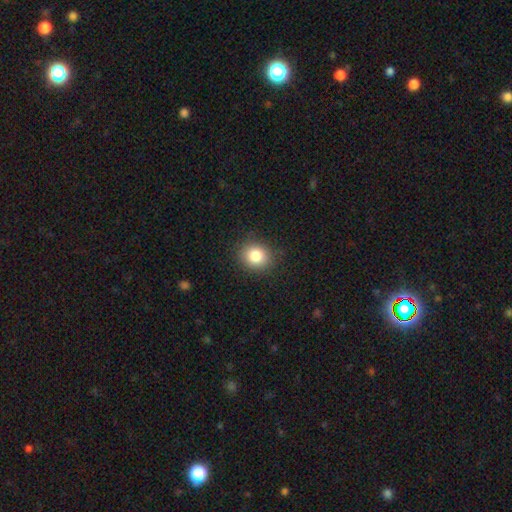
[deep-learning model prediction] Smooth or featured? Predicted: smooth (p=0.83). How rounded? Predicted: round (p=0.73). Merging? Predicted: none (p=0.88).